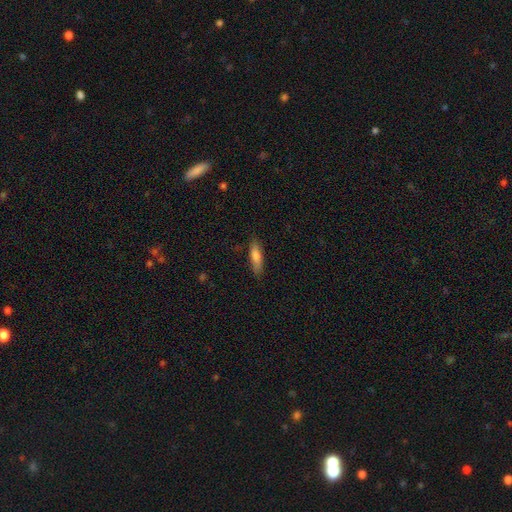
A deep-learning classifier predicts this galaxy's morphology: This is likely a smooth galaxy (76%). How rounded: likely cigar-shaped (68%). Merging: clearly none (84%).